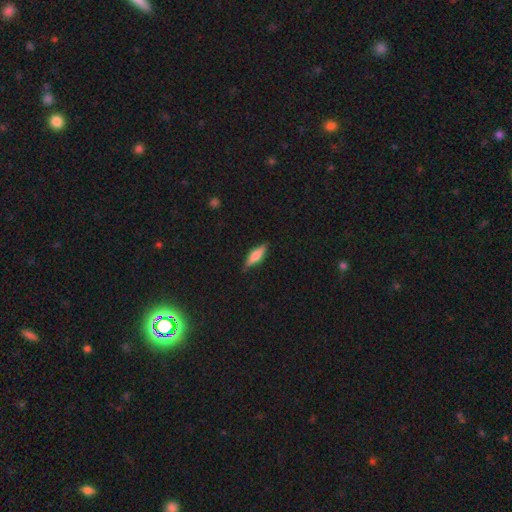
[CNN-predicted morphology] The model was most divided on "how rounded": cigar-shaped: 58%, in between: 40%, round: 2%. More confident: merging — none (84%); smooth or featured — smooth (60%).